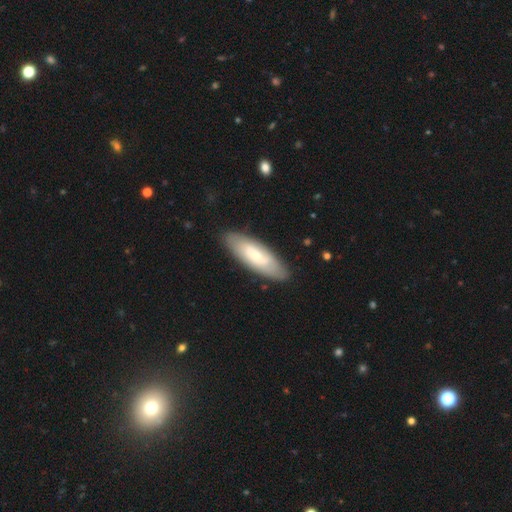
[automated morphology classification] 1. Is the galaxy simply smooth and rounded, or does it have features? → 55% smooth, 39% featured or disk, 5% star or artifact.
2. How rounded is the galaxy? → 62% in between, 36% cigar-shaped, 2% round.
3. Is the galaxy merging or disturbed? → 85% none, 11% minor disturbance, 3% major disturbance, 1% merger.